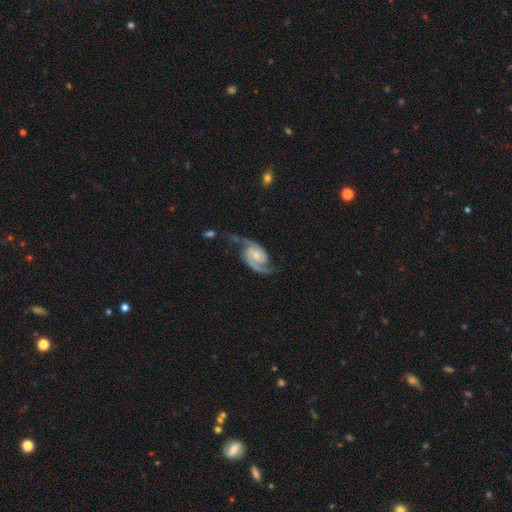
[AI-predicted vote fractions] Overall: featured or disk (91%). Edge-on disk: no (98%). Bar: no (50%; weak 40%). Spiral arms: yes (98%). Spiral arm count: 2 (91%). Spiral winding: medium (52%; tight 25%). Bulge size: small (48%; moderate 39%). Merging: none (60%; minor disturbance 21%).